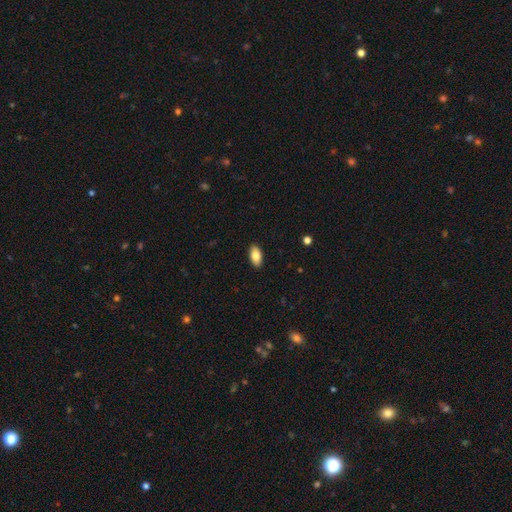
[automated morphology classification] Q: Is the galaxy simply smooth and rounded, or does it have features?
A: smooth — 84%.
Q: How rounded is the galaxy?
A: in between — 93%.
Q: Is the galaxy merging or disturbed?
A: none — 90%.